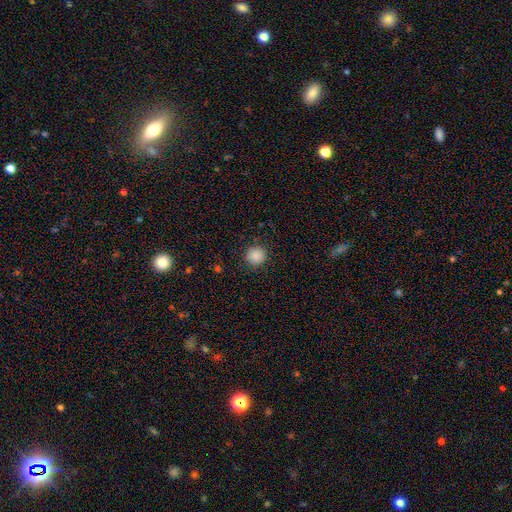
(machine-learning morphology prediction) A smooth galaxy with no disk features (87%) that is round (93%). Merging: none (89%).